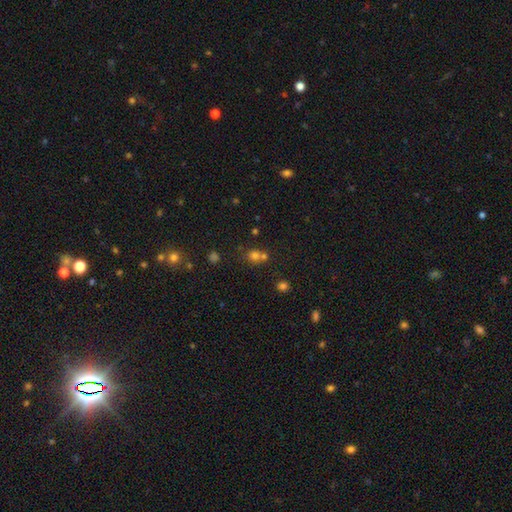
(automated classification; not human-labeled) Smooth or featured? smooth (61%)
How rounded? round (82%)
Merging? none (54%)